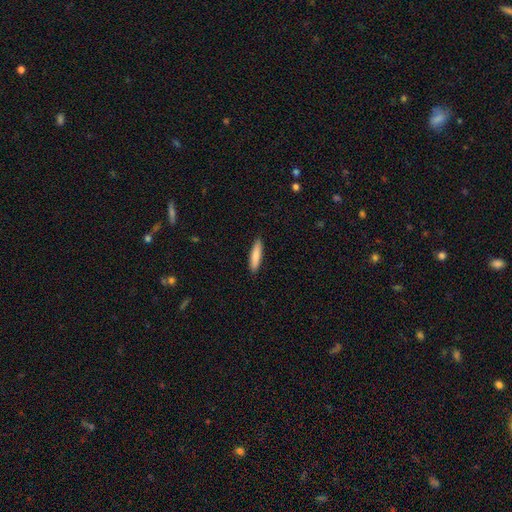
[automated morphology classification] Smooth or featured? Predicted: smooth (p=0.82). How rounded? Predicted: cigar-shaped (p=0.79). Merging? Predicted: none (p=0.89).